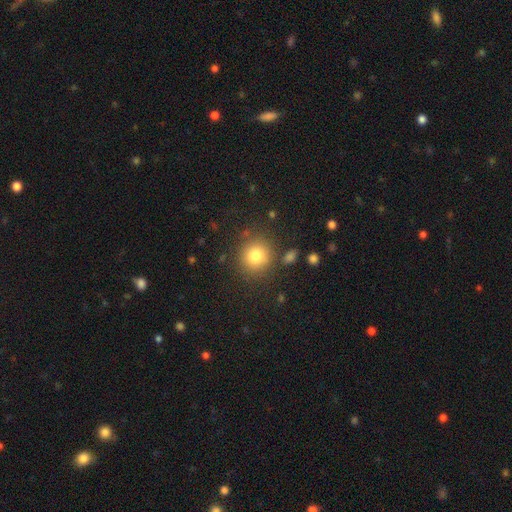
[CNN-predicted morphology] This appears to be a smooth galaxy with no disk features (82%) that is round (88%). Merging: none (83%).